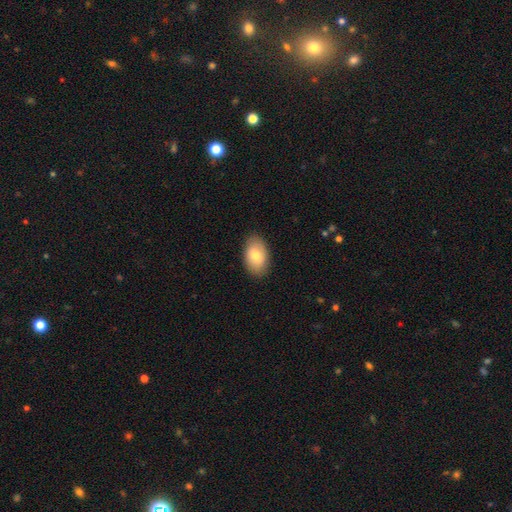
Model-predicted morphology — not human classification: Smooth or featured? Predicted: smooth (p=0.76). How rounded? Predicted: in between (p=0.92). Merging? Predicted: none (p=0.87).